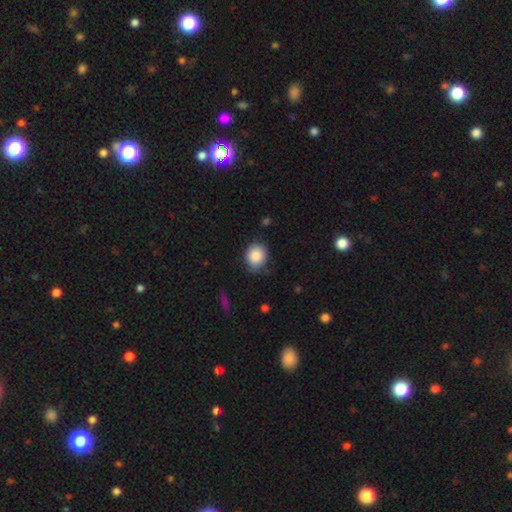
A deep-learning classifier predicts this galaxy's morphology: smooth-or-featured: smooth: 87% | star or artifact: 8% | featured or disk: 5%
  how-rounded: round: 64% | in between: 35% | cigar-shaped: 1%
  merging: none: 75% | minor disturbance: 19% | major disturbance: 4% | merger: 2%